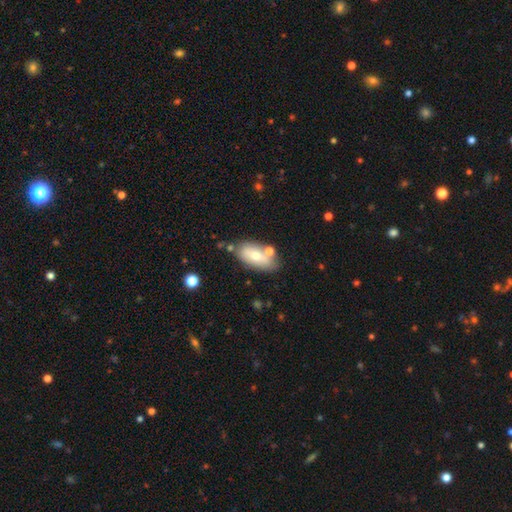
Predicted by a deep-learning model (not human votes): Smooth or featured: smooth — 63% (featured or disk — 29%)
How rounded: in between — 89% (cigar-shaped — 6%)
Merging: none — 69% (minor disturbance — 16%)